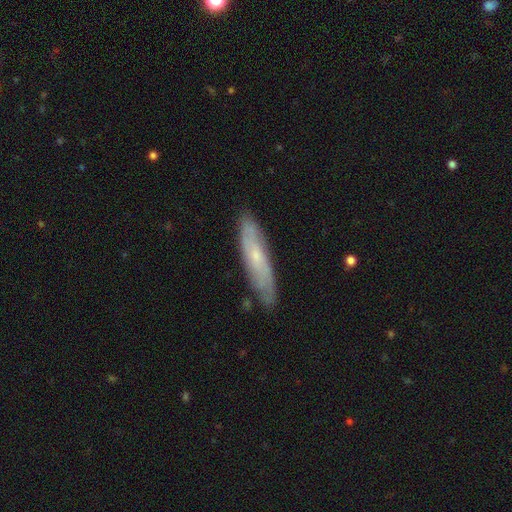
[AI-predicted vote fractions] A featured or disk galaxy (54%).

Vote fractions:
- Smooth or featured? featured or disk: 54% / smooth: 39% / star or artifact: 7%
- Edge-on disk? no: 54% / yes: 46%
- Merging? none: 81% / minor disturbance: 15% / major disturbance: 3% / merger: 2%